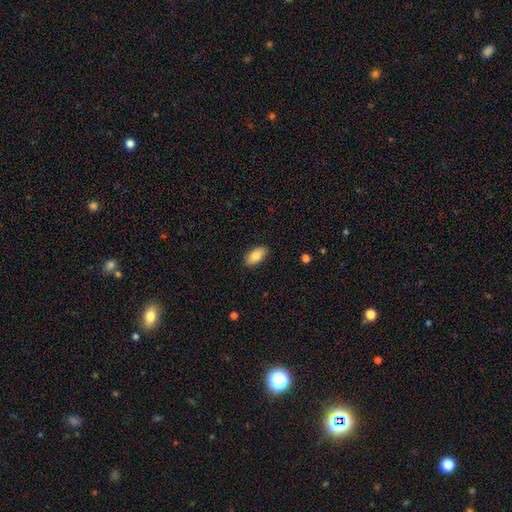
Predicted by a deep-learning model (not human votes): A smooth galaxy with no disk features (84%) that is in between round and cigar-shaped (92%).

Vote fractions:
- Smooth or featured? smooth: 84% / featured or disk: 9% / star or artifact: 7%
- How rounded? in between: 92% / cigar-shaped: 5% / round: 3%
- Merging? none: 88% / minor disturbance: 9% / major disturbance: 2% / merger: 1%